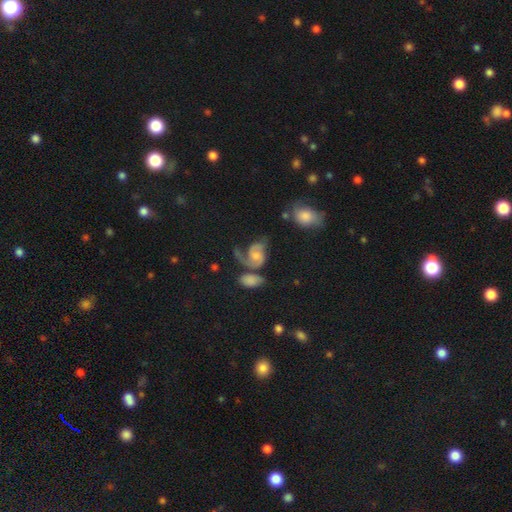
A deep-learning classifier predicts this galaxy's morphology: Overall: featured or disk (70%). Edge-on disk: no (97%). Bar: no (68%). Spiral arms: yes (90%). Spiral arm count: 2 (53%; 1 33%). Spiral winding: medium (44%; loose 32%). Bulge size: small (45%; moderate 38%). Merging: none (33%; major disturbance 26%).